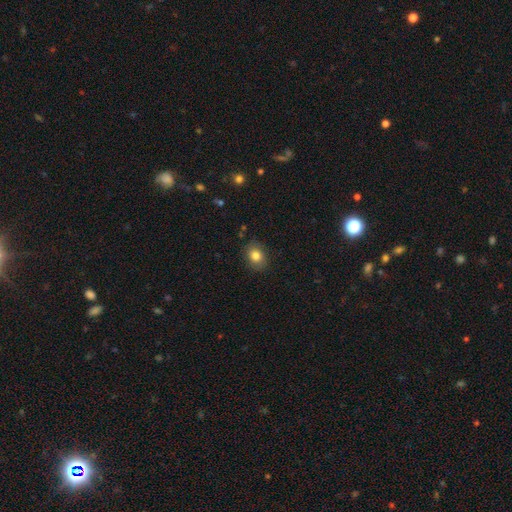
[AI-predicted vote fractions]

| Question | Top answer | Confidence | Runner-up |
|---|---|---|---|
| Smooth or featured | smooth | 81% | star or artifact (10%) |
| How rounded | in between | 54% | round (45%) |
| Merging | none | 85% | minor disturbance (11%) |